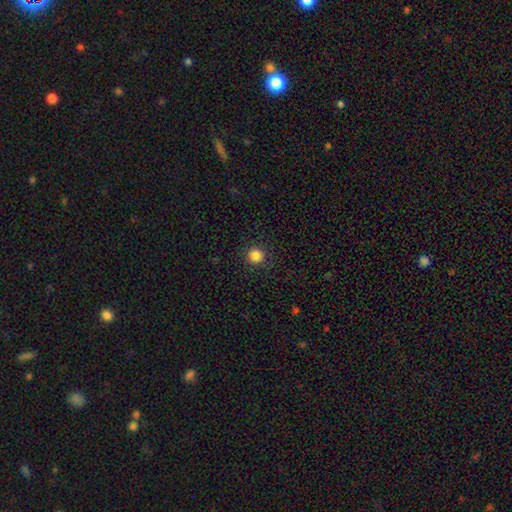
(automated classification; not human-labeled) Overall: smooth (85%). How rounded: round (95%). Merging: none (91%).